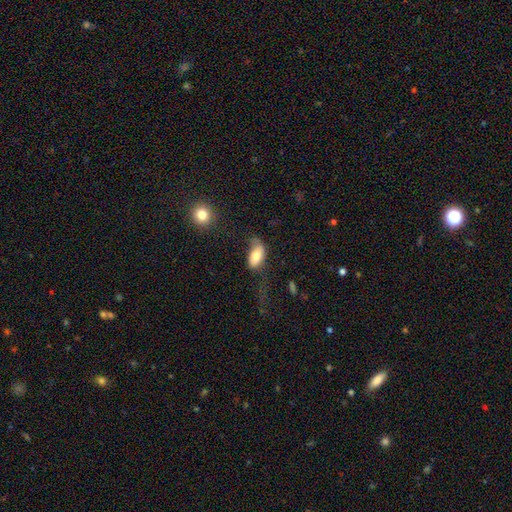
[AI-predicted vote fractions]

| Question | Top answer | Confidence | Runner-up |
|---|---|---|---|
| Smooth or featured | smooth | 73% | featured or disk (20%) |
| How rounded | in between | 92% | cigar-shaped (5%) |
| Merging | none | 40% | minor disturbance (30%) |